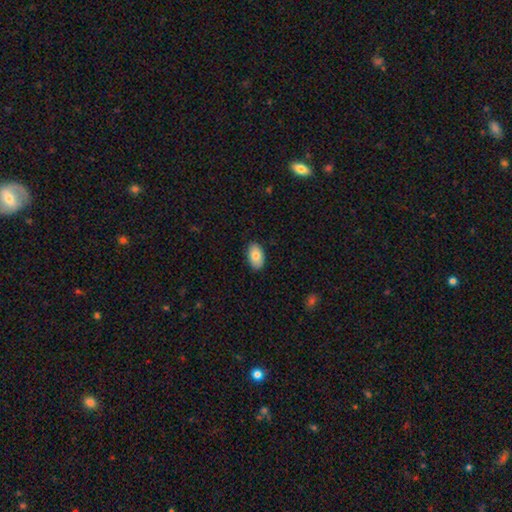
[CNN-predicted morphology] Smooth or featured? smooth (82%)
How rounded? in between (94%)
Merging? none (88%)